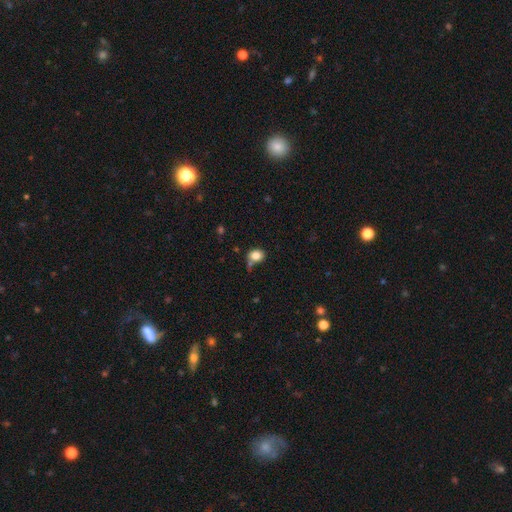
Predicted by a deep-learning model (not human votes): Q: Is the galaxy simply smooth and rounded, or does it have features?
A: smooth — 83%.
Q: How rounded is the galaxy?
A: round — 51%.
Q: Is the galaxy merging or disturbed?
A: none — 61%.